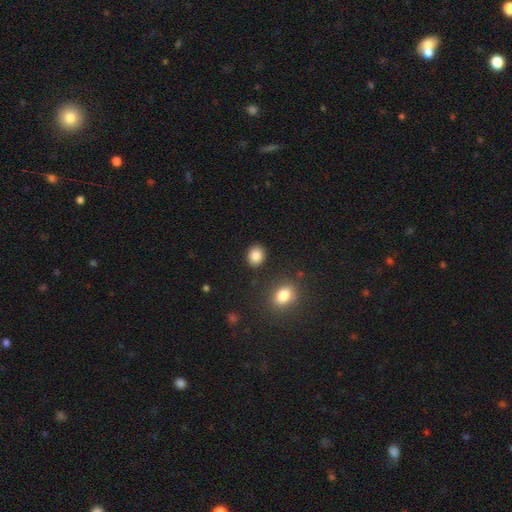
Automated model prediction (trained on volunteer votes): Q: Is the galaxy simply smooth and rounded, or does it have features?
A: smooth — 86%.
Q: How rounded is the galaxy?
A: round — 62%.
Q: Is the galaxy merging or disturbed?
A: none — 87%.